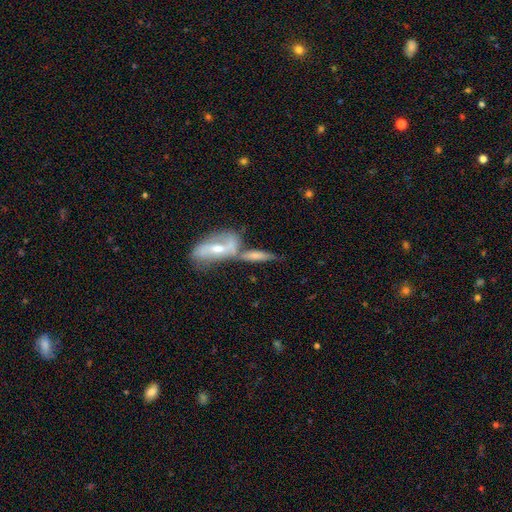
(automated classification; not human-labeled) smooth_or_featured: smooth (p=0.52) [alt: featured or disk p=0.40]
how_rounded: cigar-shaped (p=0.53) [alt: in between p=0.43]
merging: merger (p=0.50) [alt: none p=0.33]